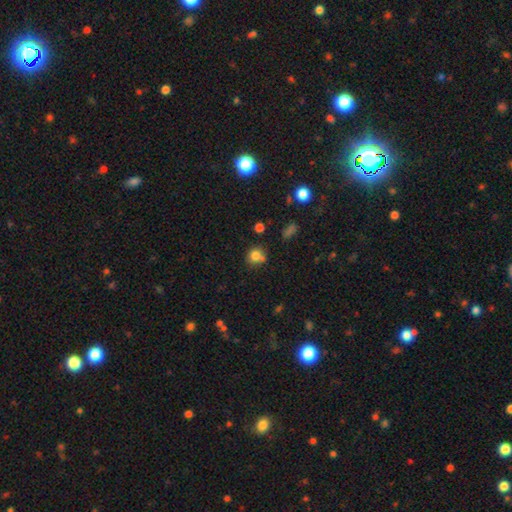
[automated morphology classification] Smooth or featured? smooth (80%)
How rounded? round (82%)
Merging? none (63%)